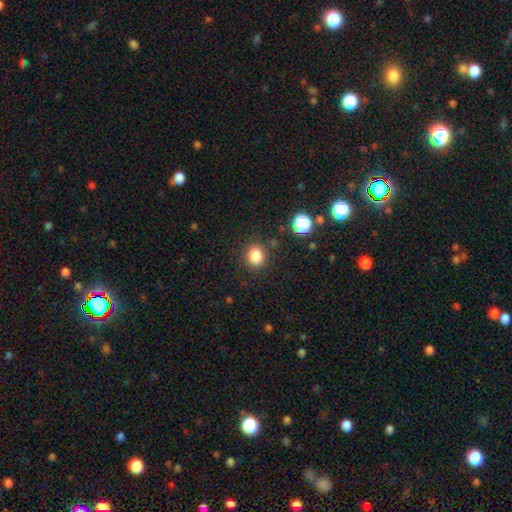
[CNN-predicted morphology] Smooth or featured? smooth (84%)
How rounded? round (64%)
Merging? none (84%)